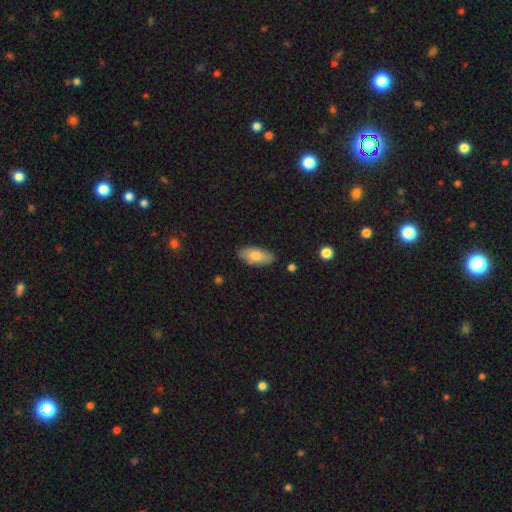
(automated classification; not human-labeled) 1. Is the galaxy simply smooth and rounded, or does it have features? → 74% smooth, 20% featured or disk, 6% star or artifact.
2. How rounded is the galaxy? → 88% in between, 10% cigar-shaped, 2% round.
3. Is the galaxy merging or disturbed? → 84% none, 12% minor disturbance, 2% major disturbance, 2% merger.